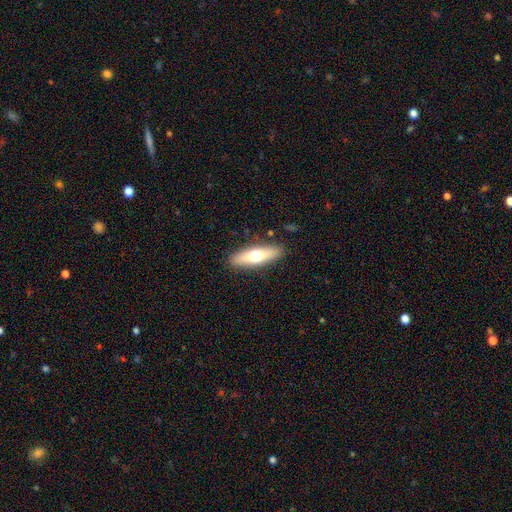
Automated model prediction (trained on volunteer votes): A smooth galaxy with no disk features (57%) that is cigar-shaped (60%).

Vote fractions:
- Smooth or featured? smooth: 57% / featured or disk: 37% / star or artifact: 6%
- How rounded? cigar-shaped: 60% / in between: 38% / round: 2%
- Merging? none: 88% / minor disturbance: 9% / major disturbance: 2% / merger: 1%